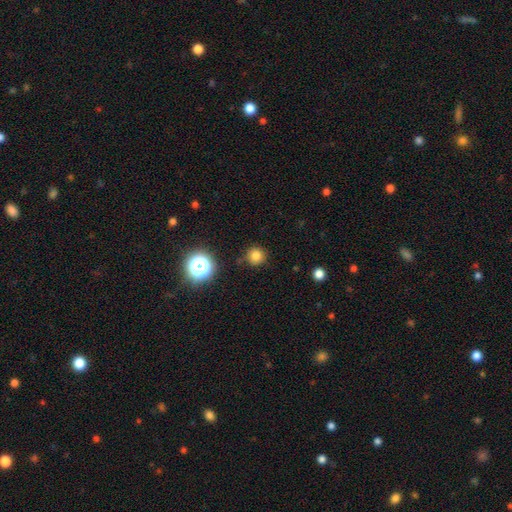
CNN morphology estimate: Smooth or featured?
  - smooth: 78% *
  - star or artifact: 16%
  - featured or disk: 6%
How rounded?
  - round: 94% *
  - in between: 5%
  - cigar-shaped: 1%
Merging?
  - none: 87% *
  - minor disturbance: 8%
  - major disturbance: 2%
  - merger: 2%